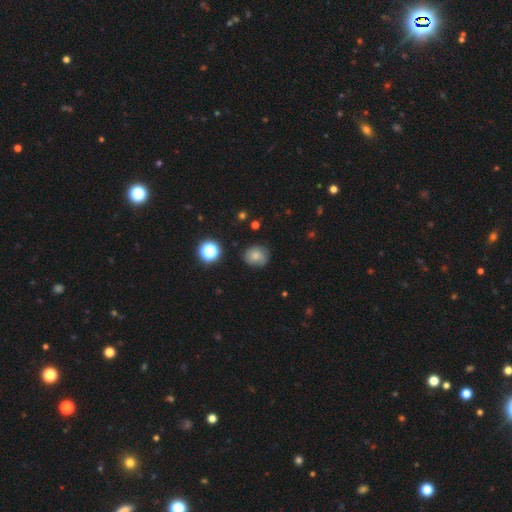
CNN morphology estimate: Q: Smooth or featured?
A: smooth (75%); runner-up: star or artifact (13%)
Q: How rounded?
A: round (75%); runner-up: in between (24%)
Q: Merging?
A: none (76%); runner-up: minor disturbance (18%)